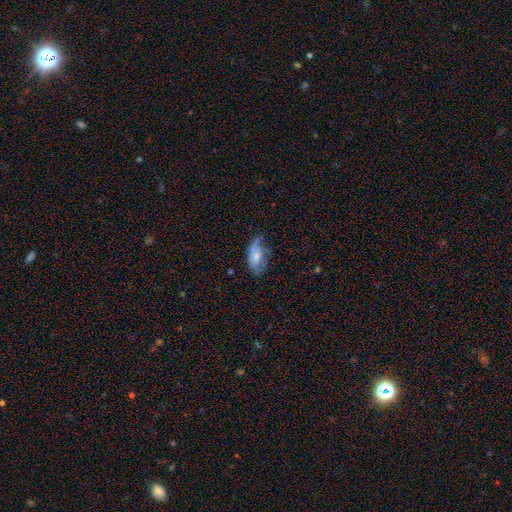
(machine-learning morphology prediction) Smooth or featured? smooth (52%)
How rounded? in between (90%)
Merging? none (40%)